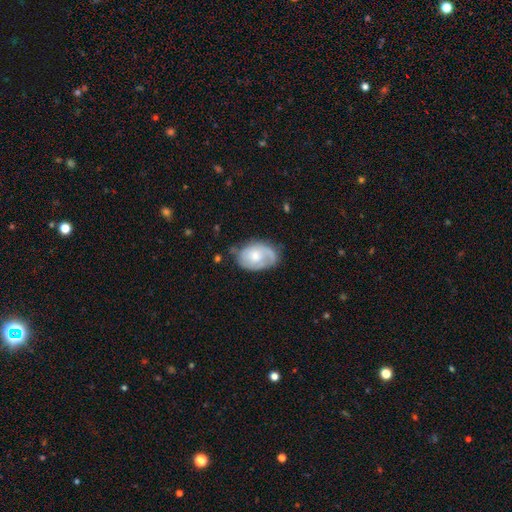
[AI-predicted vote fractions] This appears to be a featured or disk galaxy (57%) with no bar (77%), spiral arms (78%) and a moderate central bulge (50%). Merging: none (57%).